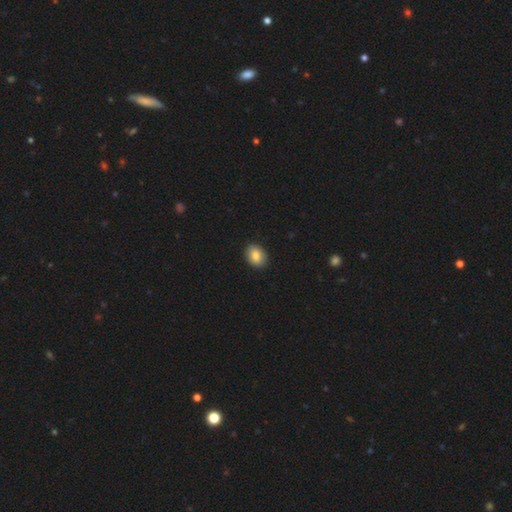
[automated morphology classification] Smooth or featured? Predicted: smooth (p=0.85). How rounded? Predicted: in between (p=0.68). Merging? Predicted: none (p=0.91).